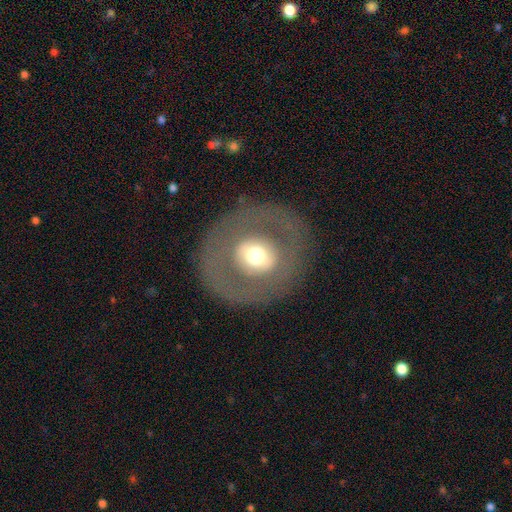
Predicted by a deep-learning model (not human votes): Smooth or featured?
  - featured or disk: 50% *
  - smooth: 42%
  - star or artifact: 8%
Merging?
  - none: 80% *
  - major disturbance: 10%
  - minor disturbance: 9%
  - merger: 1%